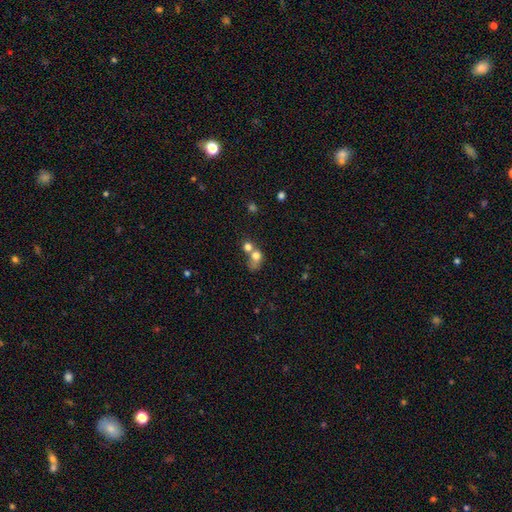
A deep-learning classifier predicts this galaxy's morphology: Smooth or featured?
  - smooth: 70% *
  - featured or disk: 17%
  - star or artifact: 12%
How rounded?
  - round: 59% *
  - in between: 40%
  - cigar-shaped: 2%
Merging?
  - merger: 61% *
  - none: 22%
  - minor disturbance: 8%
  - major disturbance: 8%